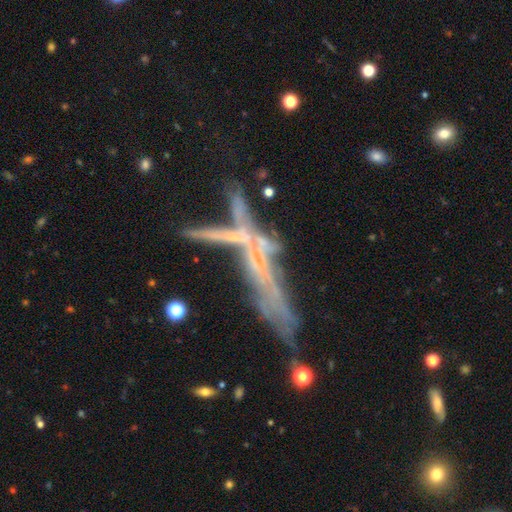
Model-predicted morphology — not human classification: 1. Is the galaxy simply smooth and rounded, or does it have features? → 60% featured or disk, 23% smooth, 17% star or artifact.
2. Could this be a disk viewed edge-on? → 69% yes, 31% no.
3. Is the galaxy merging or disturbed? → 34% merger, 33% none, 19% major disturbance, 15% minor disturbance.